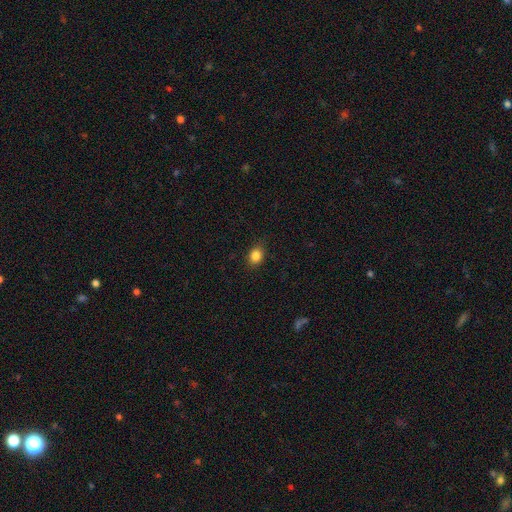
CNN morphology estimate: smooth_or_featured: smooth (p=0.84) [alt: star or artifact p=0.11]
how_rounded: round (p=0.51) [alt: in between p=0.47]
merging: none (p=0.83) [alt: minor disturbance p=0.13]